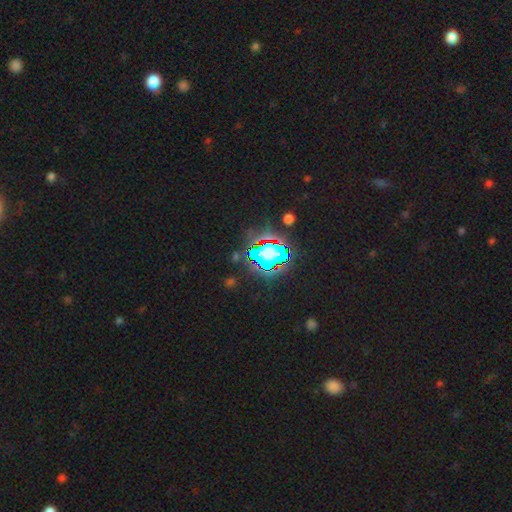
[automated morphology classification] The model was most divided on "smooth or featured": star or artifact: 78%, smooth: 13%, featured or disk: 9%.